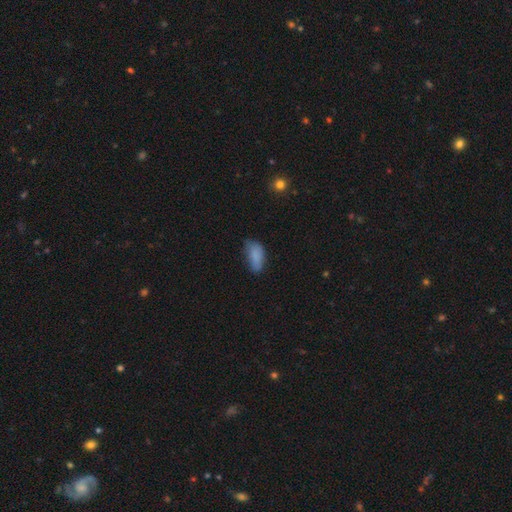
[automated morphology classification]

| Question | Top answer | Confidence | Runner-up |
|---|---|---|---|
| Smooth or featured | smooth | 83% | star or artifact (9%) |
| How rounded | in between | 89% | cigar-shaped (7%) |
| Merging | none | 52% | minor disturbance (35%) |